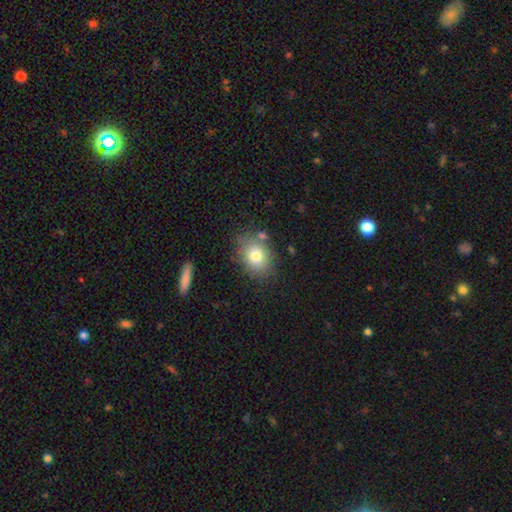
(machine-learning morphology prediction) This is likely a smooth galaxy (79%). How rounded: possibly in between (56%). Merging: likely none (76%).